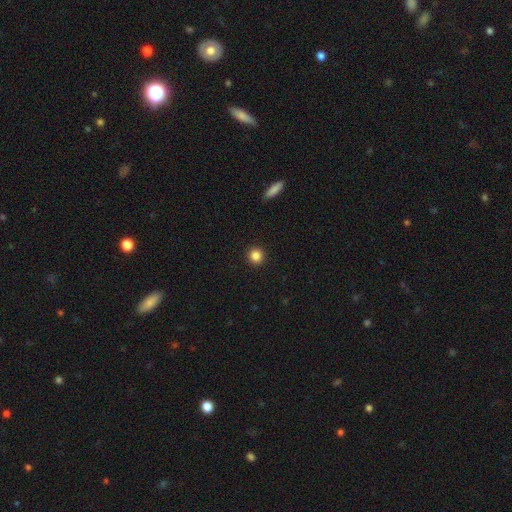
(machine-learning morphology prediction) A smooth galaxy with no disk features (85%) that is round (94%).

Vote fractions:
- Smooth or featured? smooth: 85% / star or artifact: 11% / featured or disk: 4%
- How rounded? round: 94% / in between: 5% / cigar-shaped: 1%
- Merging? none: 93% / minor disturbance: 4% / major disturbance: 2% / merger: 1%